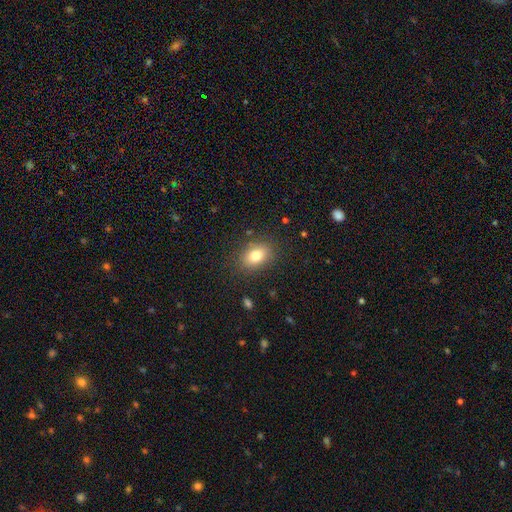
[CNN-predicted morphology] Smooth or featured: smooth — 79% (featured or disk — 11%)
How rounded: in between — 76% (round — 23%)
Merging: none — 84% (minor disturbance — 11%)